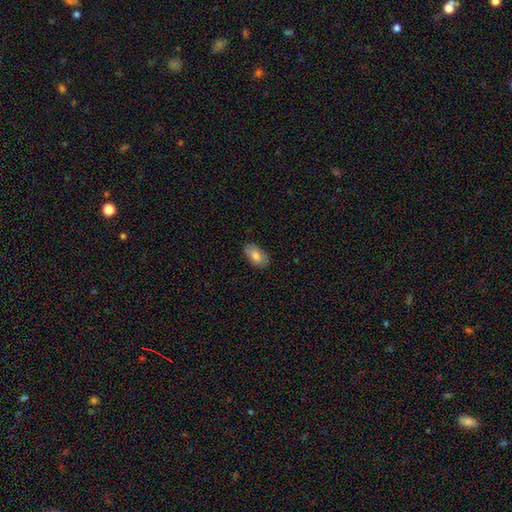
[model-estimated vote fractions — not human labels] smooth_or_featured: smooth (p=0.79) [alt: featured or disk p=0.14]
how_rounded: in between (p=0.93) [alt: round p=0.04]
merging: none (p=0.83) [alt: minor disturbance p=0.13]